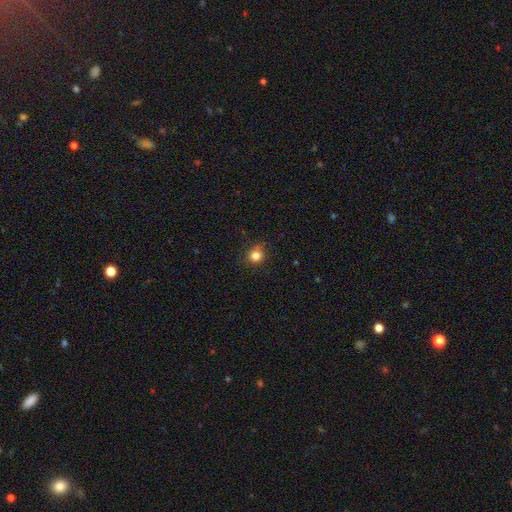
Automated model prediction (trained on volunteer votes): Q: Smooth or featured?
A: smooth (82%); runner-up: star or artifact (13%)
Q: How rounded?
A: round (85%); runner-up: in between (15%)
Q: Merging?
A: none (79%); runner-up: minor disturbance (16%)